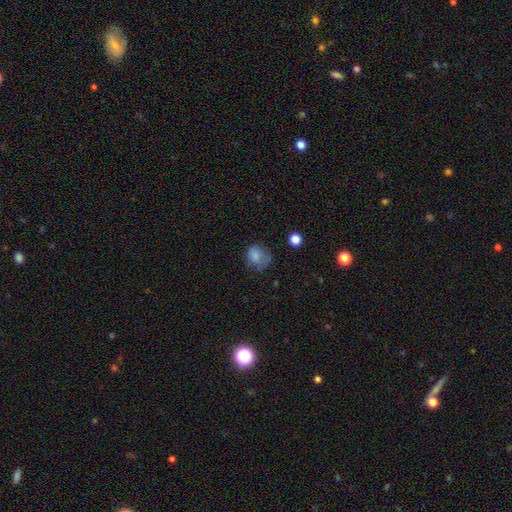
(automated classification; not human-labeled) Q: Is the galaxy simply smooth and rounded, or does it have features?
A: smooth — 78%.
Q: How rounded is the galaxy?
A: round — 64%.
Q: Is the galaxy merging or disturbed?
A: none — 54%.